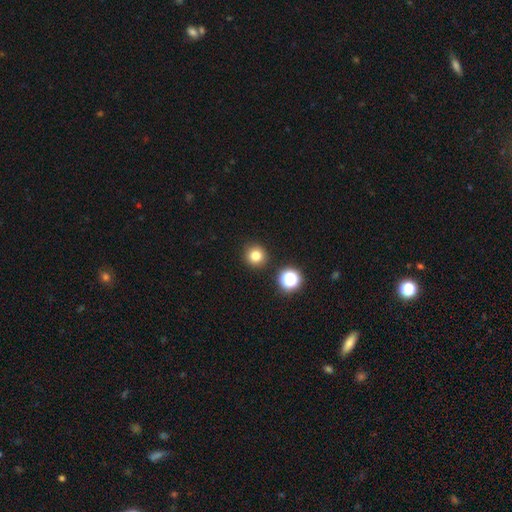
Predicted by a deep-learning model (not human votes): This appears to be a smooth galaxy with no disk features (78%) that is round (94%). Merging: none (90%).